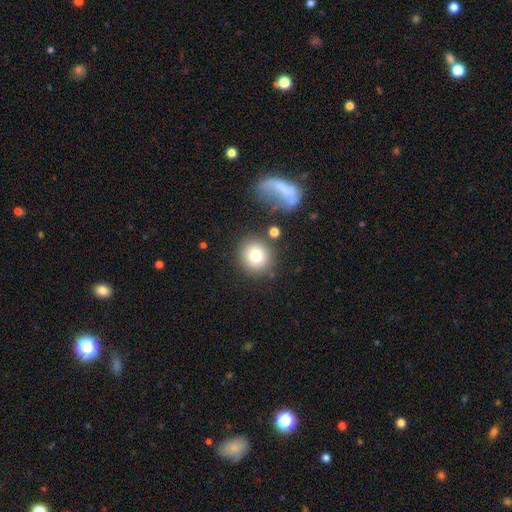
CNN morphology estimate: This is likely a smooth galaxy (80%). How rounded: clearly round (89%). Merging: likely none (78%).